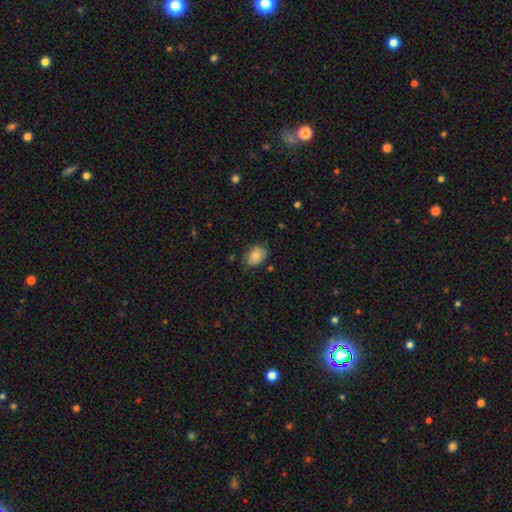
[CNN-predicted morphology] smooth 84%, featured or disk 8%, star or artifact 8%. Down the decision tree: how rounded — in between (80%); merging — none (73%).